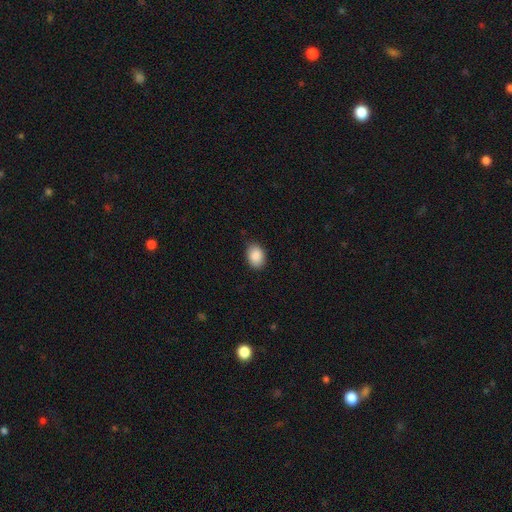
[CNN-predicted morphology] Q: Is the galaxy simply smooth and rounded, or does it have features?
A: smooth — 89%.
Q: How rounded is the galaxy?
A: in between — 77%.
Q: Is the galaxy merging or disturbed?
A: none — 82%.